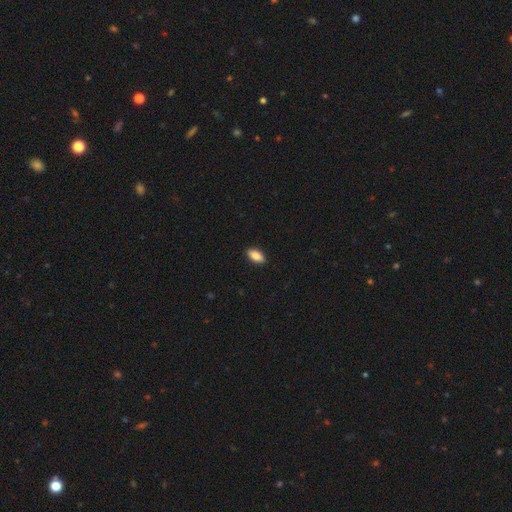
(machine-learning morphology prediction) This appears to be a smooth galaxy with no disk features (83%) that is in between round and cigar-shaped (88%). Merging: none (90%).